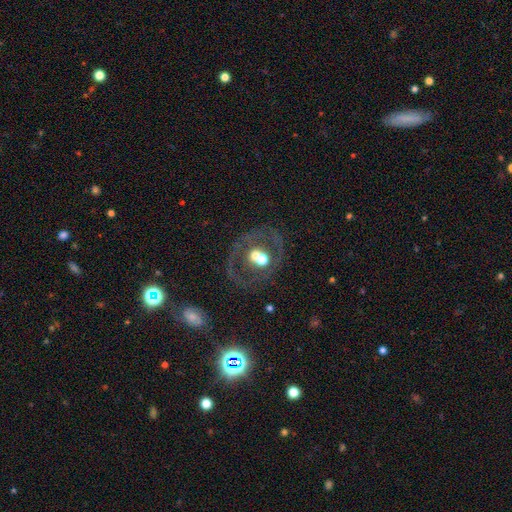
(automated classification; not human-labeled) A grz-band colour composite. It shows a featured or disk galaxy (56%) with no bar (83%), no spiral arms (78%) and a moderate central bulge (63%). Merging: none (49%).